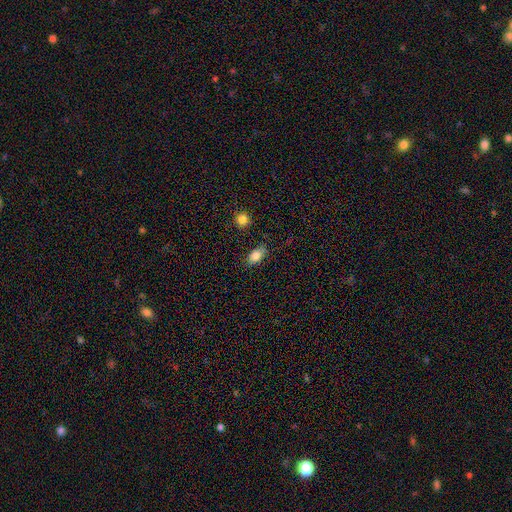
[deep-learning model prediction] Q: Smooth or featured?
A: smooth (83%); runner-up: star or artifact (9%)
Q: How rounded?
A: in between (87%); runner-up: round (9%)
Q: Merging?
A: none (77%); runner-up: minor disturbance (16%)